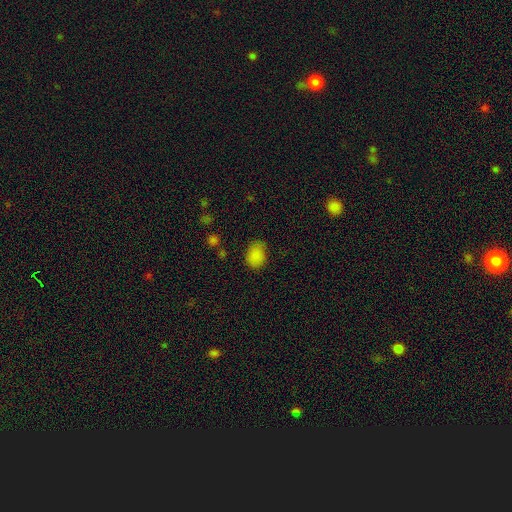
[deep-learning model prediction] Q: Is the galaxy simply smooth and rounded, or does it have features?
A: smooth — 85%.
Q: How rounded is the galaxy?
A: in between — 70%.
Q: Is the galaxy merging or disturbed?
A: none — 74%.